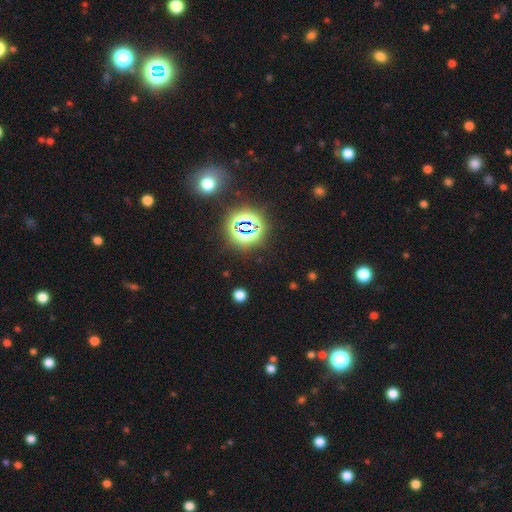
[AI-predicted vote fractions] Smooth or featured: star or artifact — 74% (smooth — 19%)